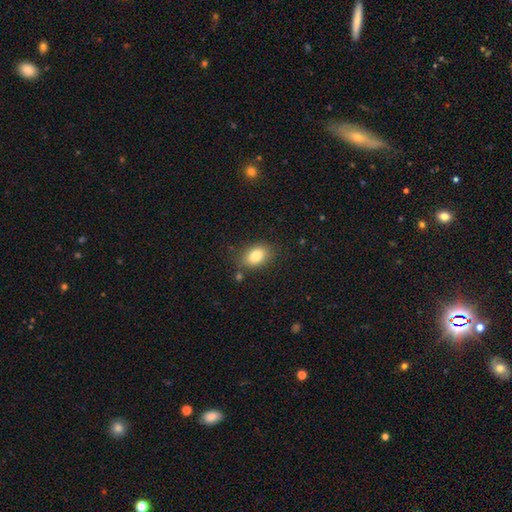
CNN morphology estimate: Smooth or featured? smooth (82%)
How rounded? in between (82%)
Merging? none (80%)